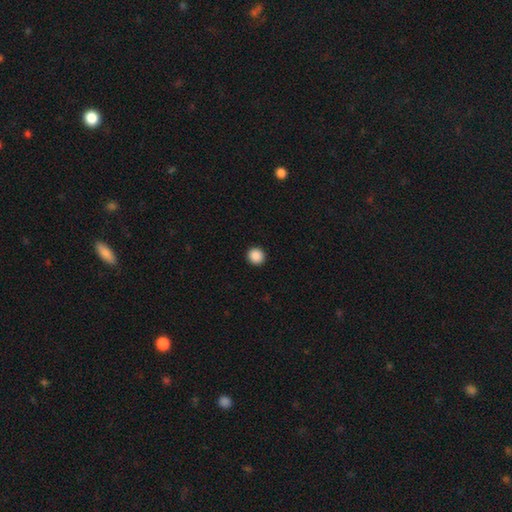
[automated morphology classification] A smooth galaxy with no disk features (89%) that is round (90%).

Vote fractions:
- Smooth or featured? smooth: 89% / star or artifact: 9% / featured or disk: 2%
- How rounded? round: 90% / in between: 9% / cigar-shaped: 1%
- Merging? none: 93% / minor disturbance: 4% / major disturbance: 2% / merger: 1%